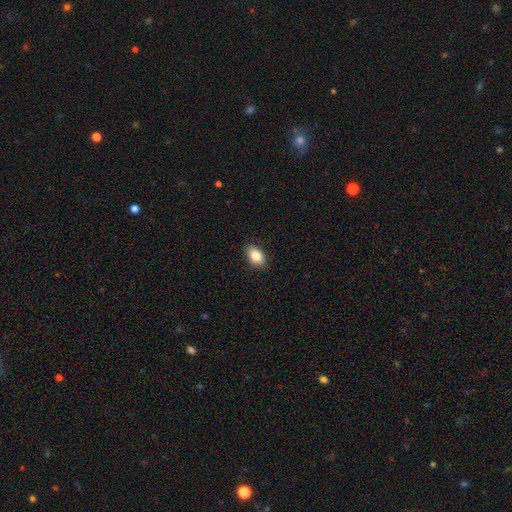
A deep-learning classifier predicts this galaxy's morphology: A smooth galaxy with no disk features (87%) that is in between round and cigar-shaped (90%).

Vote fractions:
- Smooth or featured? smooth: 87% / star or artifact: 7% / featured or disk: 6%
- How rounded? in between: 90% / round: 8% / cigar-shaped: 2%
- Merging? none: 87% / minor disturbance: 10% / major disturbance: 2% / merger: 1%